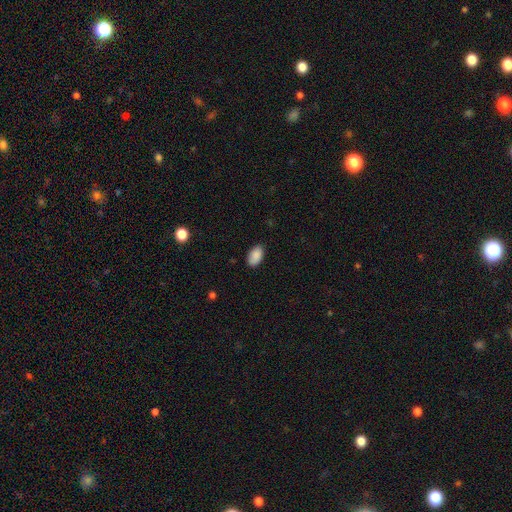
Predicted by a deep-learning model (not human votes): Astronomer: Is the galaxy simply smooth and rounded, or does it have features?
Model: smooth — 89%.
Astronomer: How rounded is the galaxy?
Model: in between — 94%.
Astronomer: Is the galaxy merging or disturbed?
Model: none — 86%.